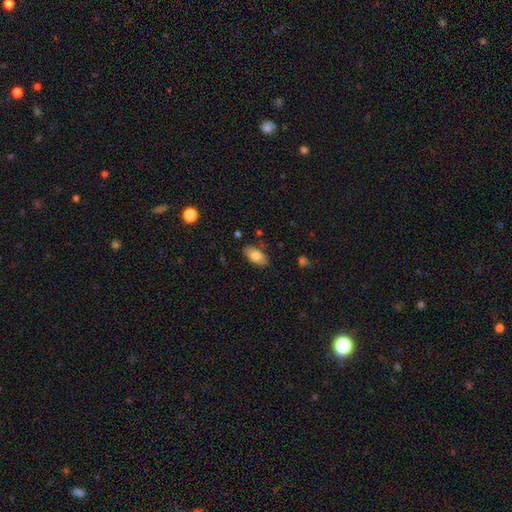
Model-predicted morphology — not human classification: Smooth or featured?
  - smooth: 78% *
  - featured or disk: 15%
  - star or artifact: 7%
How rounded?
  - in between: 93% *
  - cigar-shaped: 4%
  - round: 3%
Merging?
  - none: 83% *
  - minor disturbance: 12%
  - major disturbance: 3%
  - merger: 2%